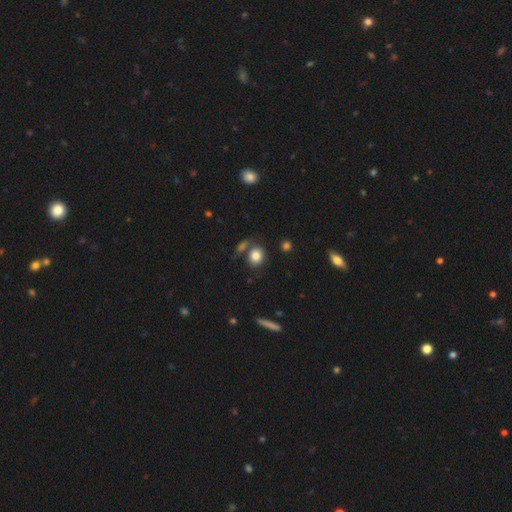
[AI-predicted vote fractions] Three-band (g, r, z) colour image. It shows a smooth galaxy with no disk features (82%) that is round (60%). Merging: none (68%).